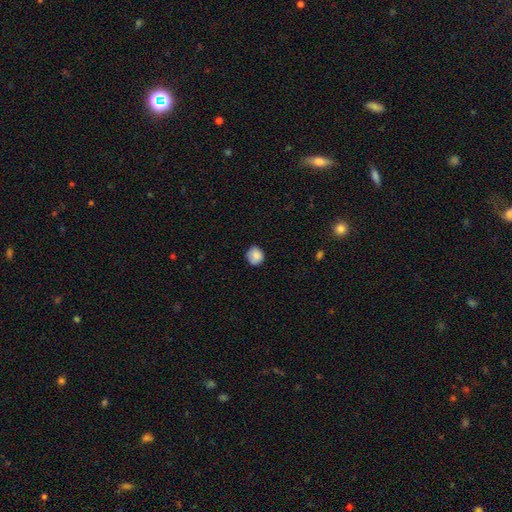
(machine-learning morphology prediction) A smooth galaxy with no disk features (86%) that is round (84%).

Vote fractions:
- Smooth or featured? smooth: 86% / star or artifact: 8% / featured or disk: 6%
- How rounded? round: 84% / in between: 15% / cigar-shaped: 1%
- Merging? none: 79% / minor disturbance: 17% / major disturbance: 3% / merger: 1%